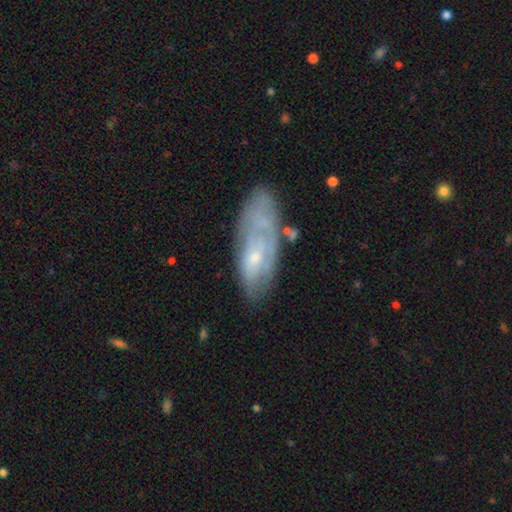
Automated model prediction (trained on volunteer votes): Q: Smooth or featured?
A: featured or disk (55%); runner-up: smooth (38%)
Q: Edge-on disk?
A: no (85%); runner-up: yes (15%)
Q: Merging?
A: none (56%); runner-up: minor disturbance (26%)